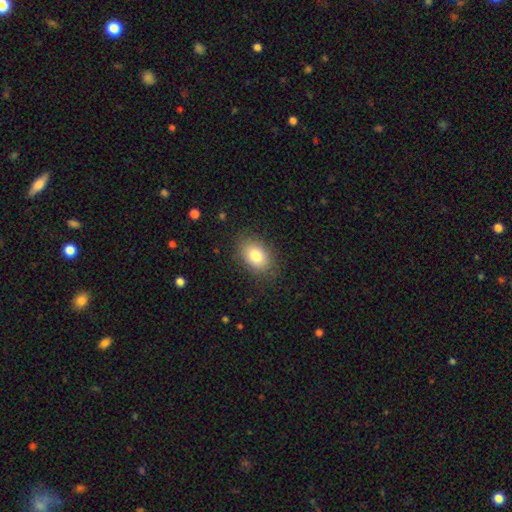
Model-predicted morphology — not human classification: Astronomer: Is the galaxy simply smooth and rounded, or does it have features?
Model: smooth — 81%.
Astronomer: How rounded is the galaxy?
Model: in between — 85%.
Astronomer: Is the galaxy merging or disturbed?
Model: none — 84%.